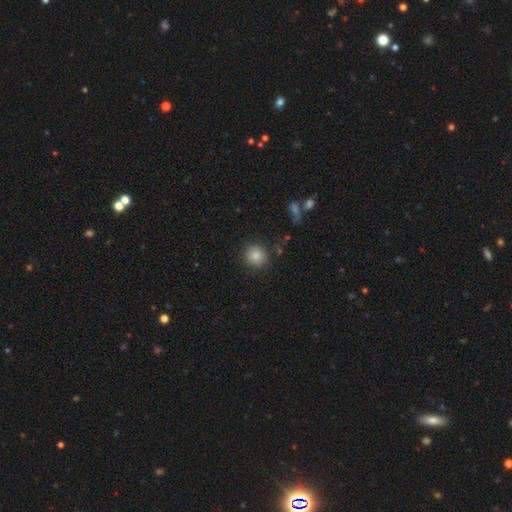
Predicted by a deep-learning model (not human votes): Overall: smooth (85%). How rounded: round (91%). Merging: none (88%).